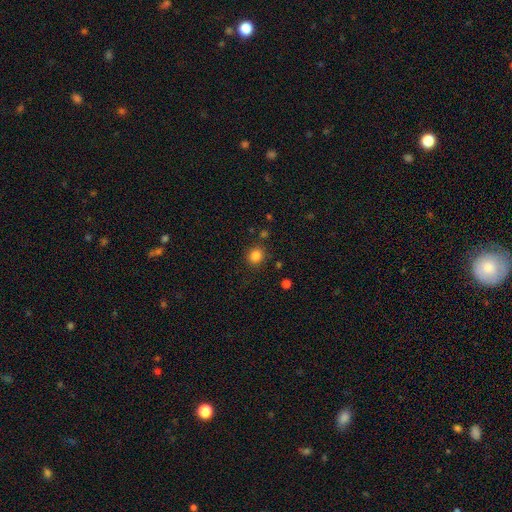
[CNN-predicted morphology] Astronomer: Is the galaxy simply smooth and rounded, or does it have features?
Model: smooth — 84%.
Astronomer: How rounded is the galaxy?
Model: round — 78%.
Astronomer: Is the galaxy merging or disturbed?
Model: none — 84%.